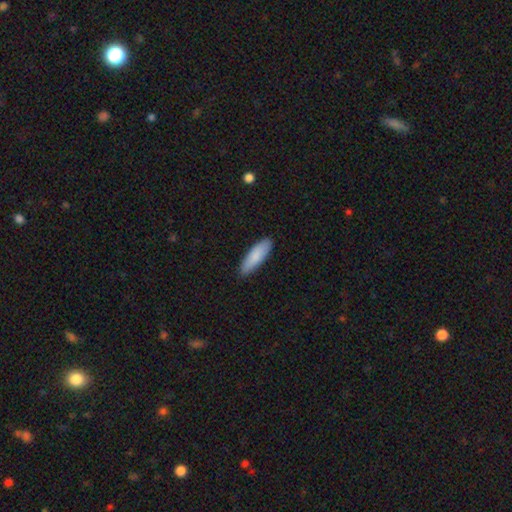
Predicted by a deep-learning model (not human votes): A smooth galaxy with no disk features (85%) that is cigar-shaped (50%).

Vote fractions:
- Smooth or featured? smooth: 85% / featured or disk: 9% / star or artifact: 5%
- How rounded? cigar-shaped: 50% / in between: 48% / round: 1%
- Merging? none: 87% / minor disturbance: 10% / major disturbance: 2% / merger: 1%